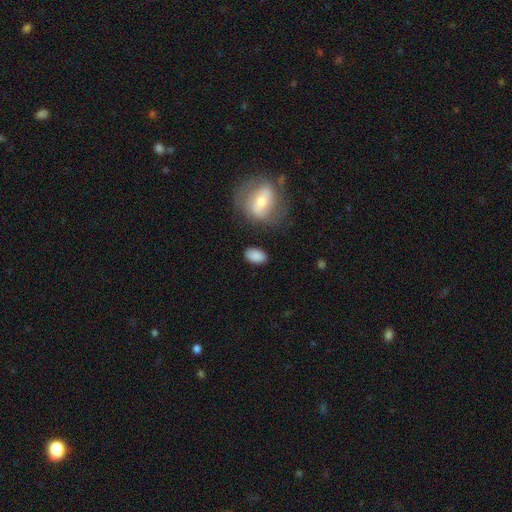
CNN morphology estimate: This appears to be a smooth galaxy with no disk features (86%) that is in between round and cigar-shaped (91%). Merging: none (79%).